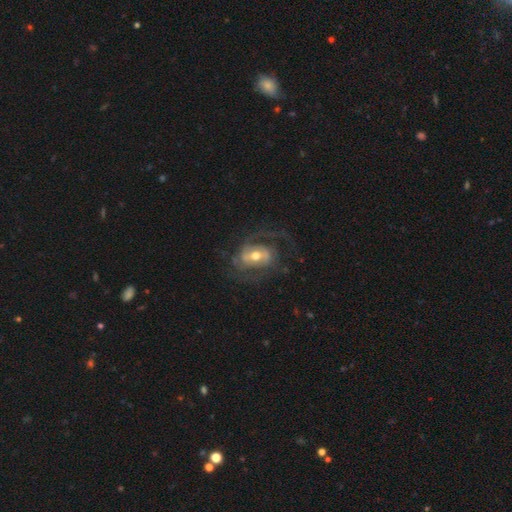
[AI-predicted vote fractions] This is clearly a featured or disk galaxy (84%). It is clearly not viewed edge-on (97%). Bar: marginally weak (42%). Spiral arm pattern: clearly yes (91%). Spiral arm count: possibly 2 (49%). Spiral winding: possibly medium (47%). Central bulge: likely moderate (70%). Merging: possibly none (59%).